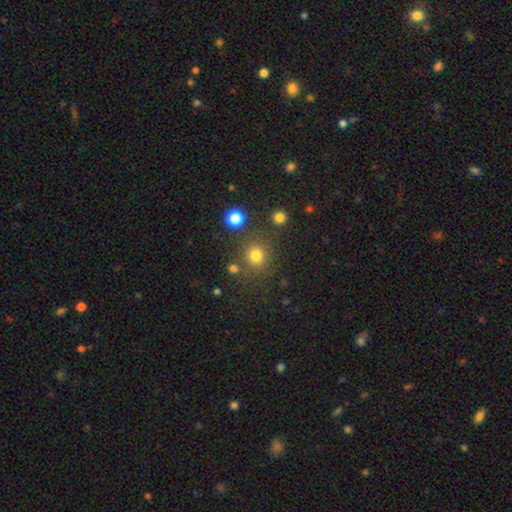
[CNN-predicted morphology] smooth 77%, star or artifact 17%, featured or disk 6%. Down the decision tree: how rounded — round (88%); merging — none (79%).